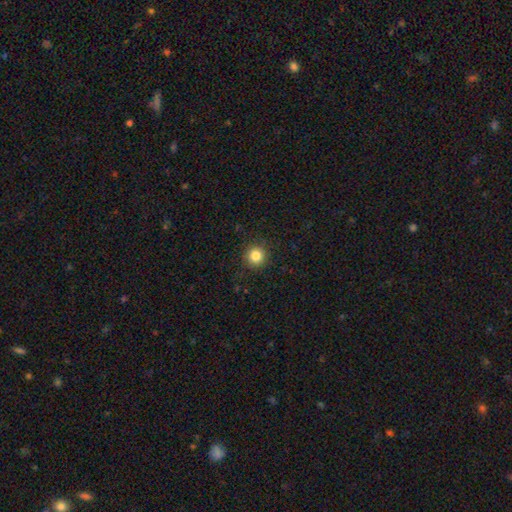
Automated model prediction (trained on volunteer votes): Overall: smooth (84%). How rounded: round (94%). Merging: none (90%).